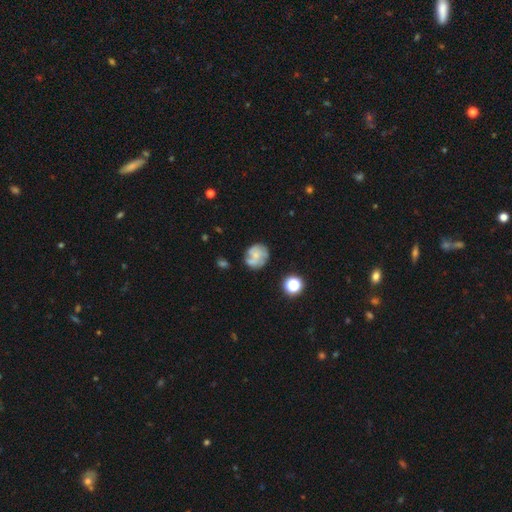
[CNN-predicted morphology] smooth-or-featured: featured or disk: 56% | smooth: 33% | star or artifact: 11%
  disk-edge-on: no: 98% | yes: 2%
    bar: no: 79% | weak: 18% | strong: 3%
    has-spiral-arms: yes: 70% | no: 30%
    bulge-size: small: 52% | moderate: 22% | none: 22% | large: 2% | dominant: 1%
  merging: none: 59% | minor disturbance: 21% | major disturbance: 12% | merger: 8%